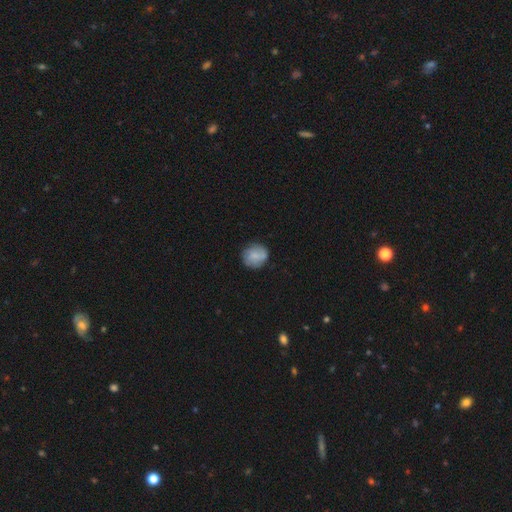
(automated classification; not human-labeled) smooth 68%, featured or disk 24%, star or artifact 8%. Down the decision tree: how rounded — round (87%); merging — none (78%).